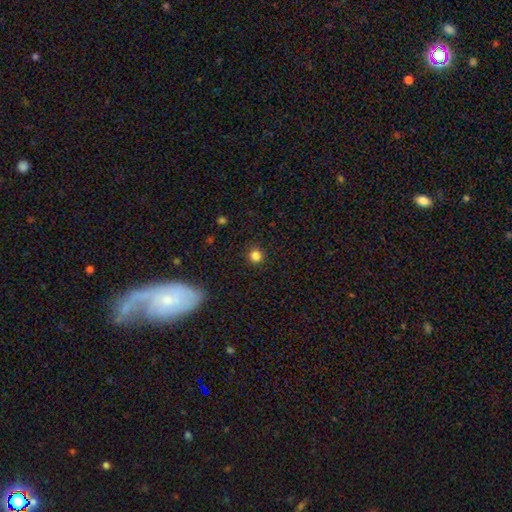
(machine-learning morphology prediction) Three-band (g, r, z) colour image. It shows a smooth galaxy with no disk features (84%) that is round (94%). Merging: none (91%).